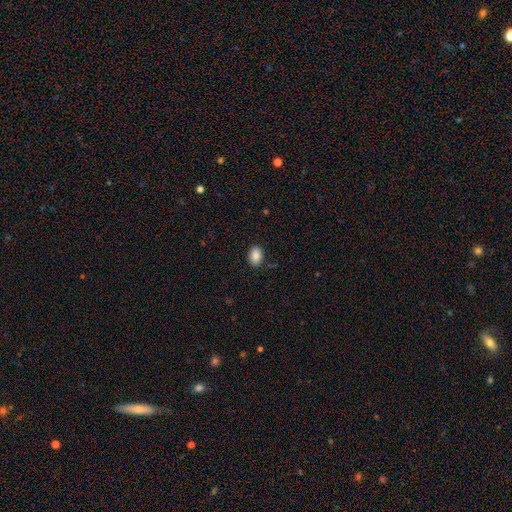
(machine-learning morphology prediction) smooth 87%, star or artifact 8%, featured or disk 5%. Down the decision tree: how rounded — in between (81%); merging — none (87%).